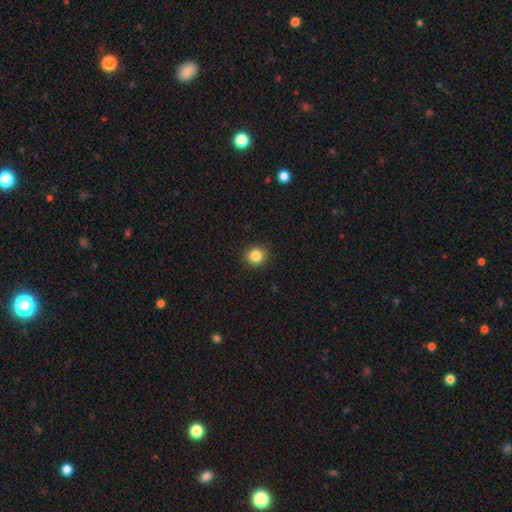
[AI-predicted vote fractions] This is clearly a smooth galaxy (85%). How rounded: clearly round (87%). Merging: clearly none (91%).